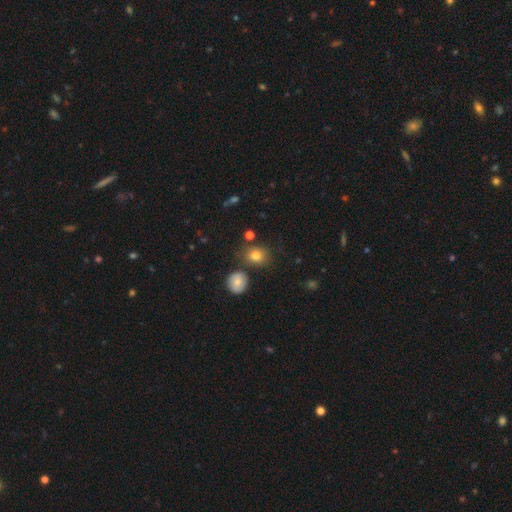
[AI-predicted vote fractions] Smooth or featured: smooth — 80% (star or artifact — 11%)
How rounded: round — 62% (in between — 37%)
Merging: none — 73% (minor disturbance — 14%)